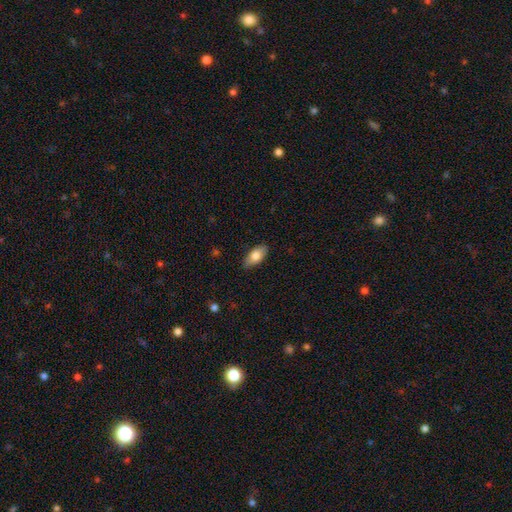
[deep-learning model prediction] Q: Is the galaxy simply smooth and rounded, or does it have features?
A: smooth — 78%.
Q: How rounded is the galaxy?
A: in between — 89%.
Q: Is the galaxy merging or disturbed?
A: none — 88%.